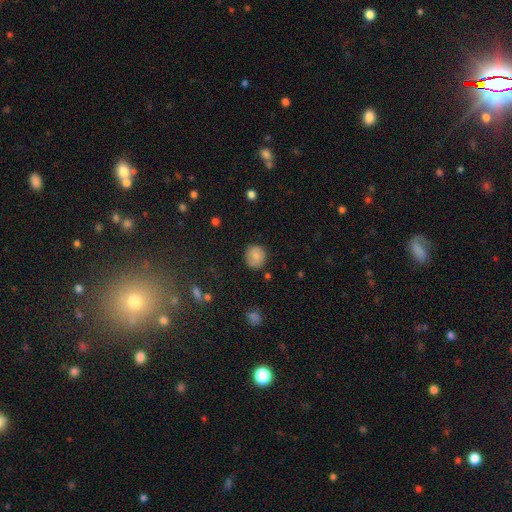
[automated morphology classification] smooth 79%, featured or disk 11%, star or artifact 9%. Down the decision tree: how rounded — round (86%); merging — none (85%).